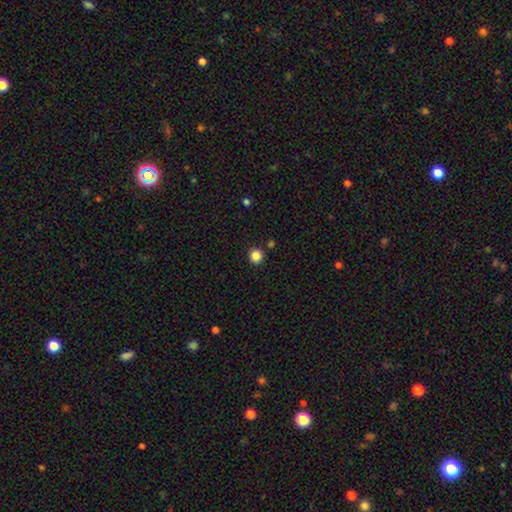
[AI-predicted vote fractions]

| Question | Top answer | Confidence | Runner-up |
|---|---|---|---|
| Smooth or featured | smooth | 85% | star or artifact (11%) |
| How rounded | round | 93% | in between (6%) |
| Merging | none | 90% | minor disturbance (6%) |